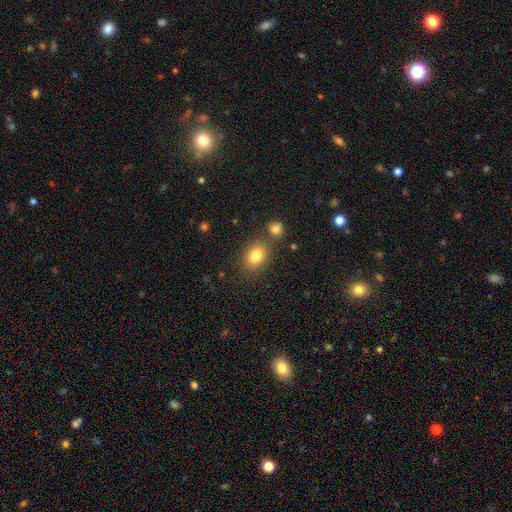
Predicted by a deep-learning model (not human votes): Q: Smooth or featured?
A: smooth (81%); runner-up: star or artifact (11%)
Q: How rounded?
A: in between (64%); runner-up: round (35%)
Q: Merging?
A: none (75%); runner-up: merger (11%)